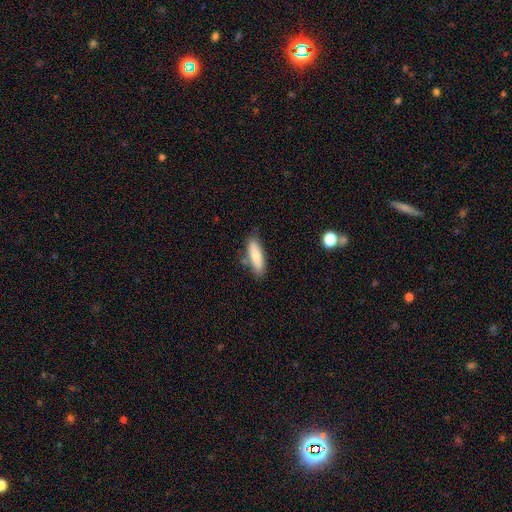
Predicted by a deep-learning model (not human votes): This is likely a smooth galaxy (76%). How rounded: possibly in between (56%). Merging: likely none (74%).